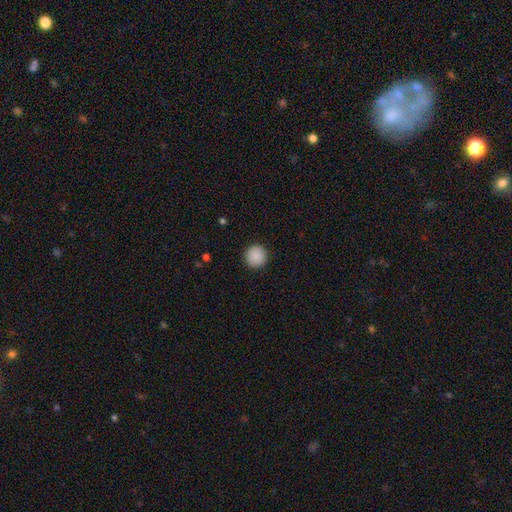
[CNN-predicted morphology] Overall: smooth (89%). How rounded: round (95%). Merging: none (92%).